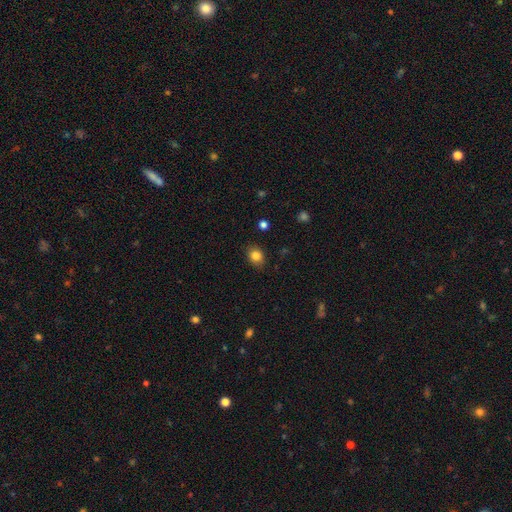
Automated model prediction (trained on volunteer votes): smooth-or-featured: smooth: 84% | star or artifact: 10% | featured or disk: 6%
  how-rounded: in between: 51% | round: 48% | cigar-shaped: 1%
  merging: none: 85% | minor disturbance: 11% | major disturbance: 3% | merger: 1%